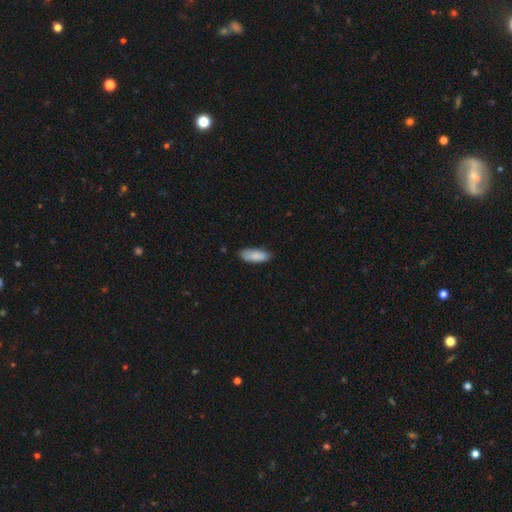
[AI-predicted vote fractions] This appears to be a smooth galaxy with no disk features (84%) that is in between round and cigar-shaped (78%). Merging: none (76%).